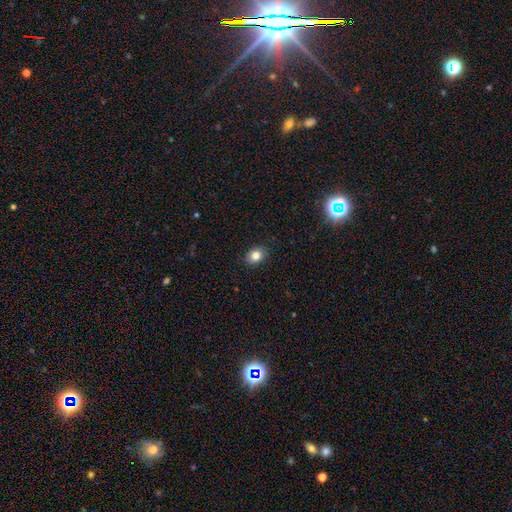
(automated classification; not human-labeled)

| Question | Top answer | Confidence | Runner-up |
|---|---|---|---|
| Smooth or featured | smooth | 83% | star or artifact (10%) |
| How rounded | in between | 63% | round (36%) |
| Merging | none | 88% | minor disturbance (9%) |